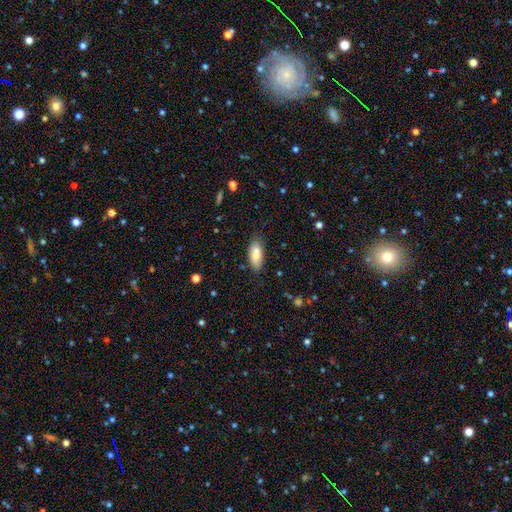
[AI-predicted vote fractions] Overall: smooth (80%). How rounded: in between (83%). Merging: none (75%).